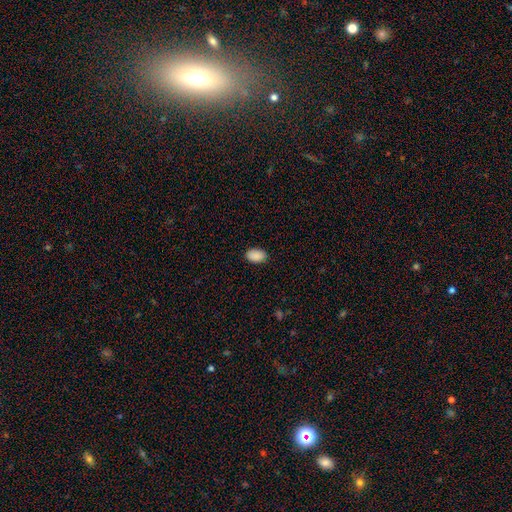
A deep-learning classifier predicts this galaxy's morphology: Smooth or featured? smooth (90%)
How rounded? in between (91%)
Merging? none (88%)